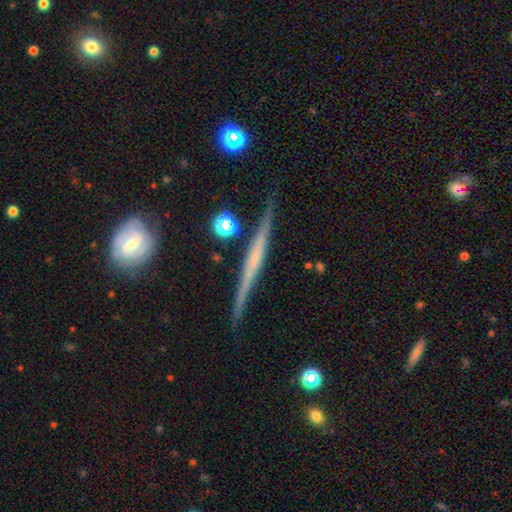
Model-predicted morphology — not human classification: Smooth or featured: featured or disk — 76% (smooth — 19%)
Edge-on disk: yes — 97% (no — 3%)
Edge-on bulge: none — 59% (rounded — 24%)
Merging: none — 87% (minor disturbance — 10%)